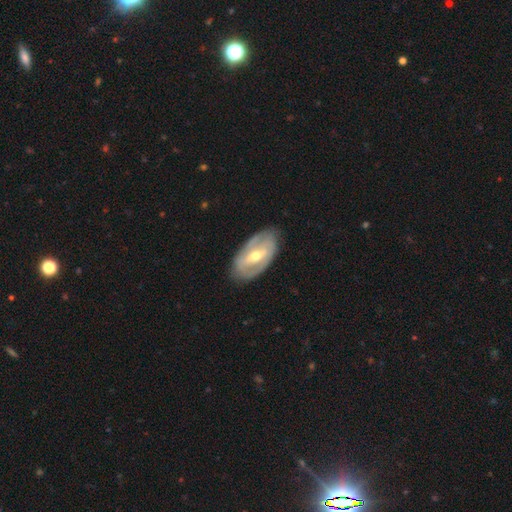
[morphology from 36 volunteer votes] A featured or disk galaxy (72%) with a weak bar (44%), 2 (76%) tight (47%) spiral arms (68%) and a moderate central bulge (60%).

Vote fractions:
- Smooth or featured? featured or disk: 72% / smooth: 22% / star or artifact: 6%
- Edge-on disk? no: 96% / yes: 4%
- Bar? weak: 44% / strong: 40% / no: 16%
- Spiral arms? yes: 68% / no: 32%
- Spiral winding? tight: 47% / medium: 41% / loose: 12%
- Spiral arm count? 2: 76% / can't tell: 24% / 1: 0% / 3: 0% / 4: 0% / more than 4: 0%
- Bulge size? moderate: 60% / small: 32% / dominant: 4% / none: 4% / large: 0%
- Merging? none: 79% / minor disturbance: 21% / major disturbance: 0% / merger: 0%